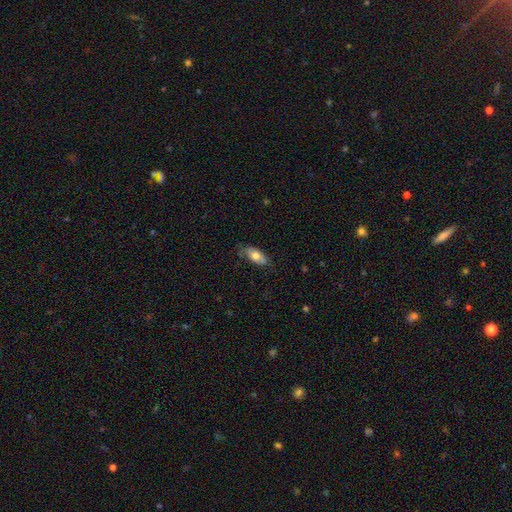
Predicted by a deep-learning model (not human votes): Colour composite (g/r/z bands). It shows a smooth galaxy with no disk features (69%) that is in between round and cigar-shaped (87%). Merging: none (70%).